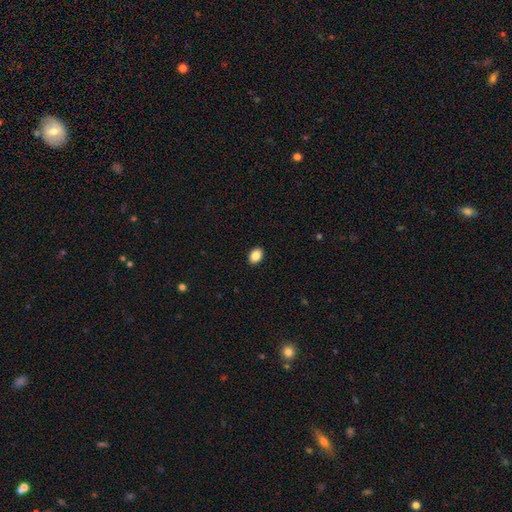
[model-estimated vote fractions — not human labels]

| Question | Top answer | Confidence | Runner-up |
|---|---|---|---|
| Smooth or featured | smooth | 88% | star or artifact (8%) |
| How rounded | in between | 79% | round (20%) |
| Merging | none | 91% | minor disturbance (6%) |